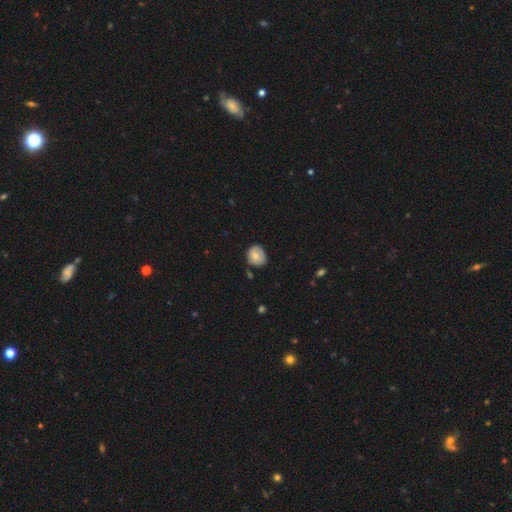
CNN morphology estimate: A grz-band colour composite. It shows a smooth galaxy with no disk features (72%) that is round (65%). Merging: none (67%).